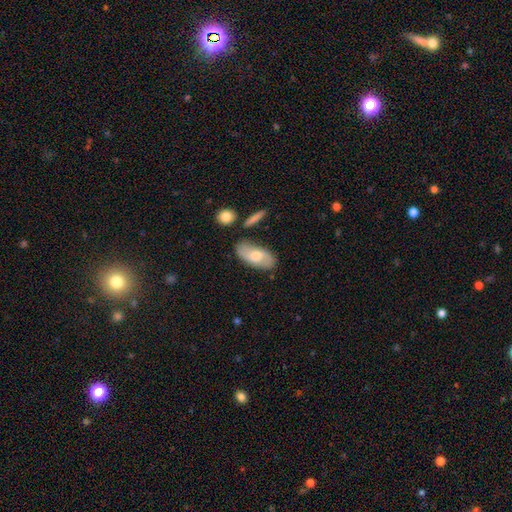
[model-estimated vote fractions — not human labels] smooth 50%, featured or disk 44%, star or artifact 6%. Down the decision tree: merging — none (75%).